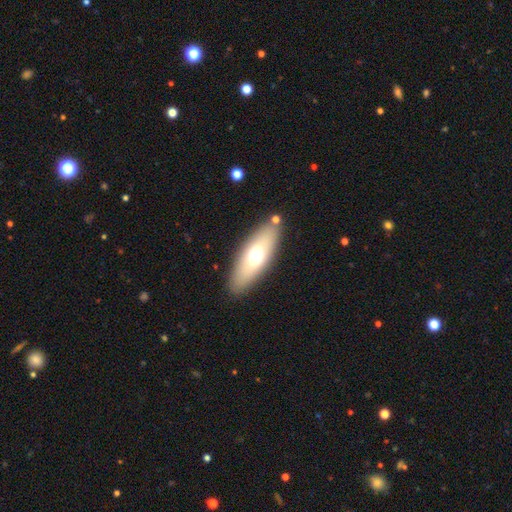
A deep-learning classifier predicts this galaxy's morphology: Smooth or featured? smooth (64%)
How rounded? in between (67%)
Merging? none (84%)